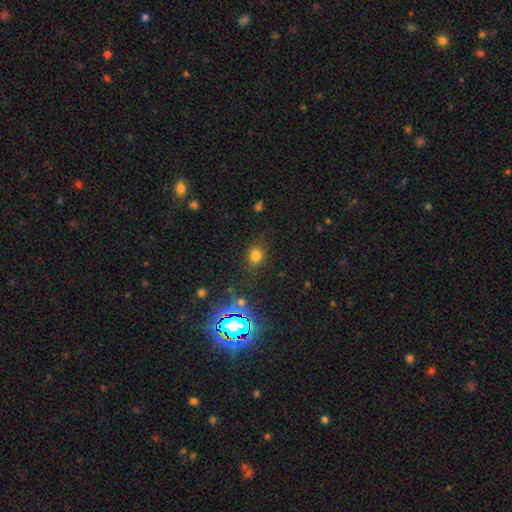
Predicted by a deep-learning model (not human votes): Q: Smooth or featured?
A: smooth (72%); runner-up: star or artifact (21%)
Q: How rounded?
A: round (66%); runner-up: in between (33%)
Q: Merging?
A: none (82%); runner-up: minor disturbance (11%)